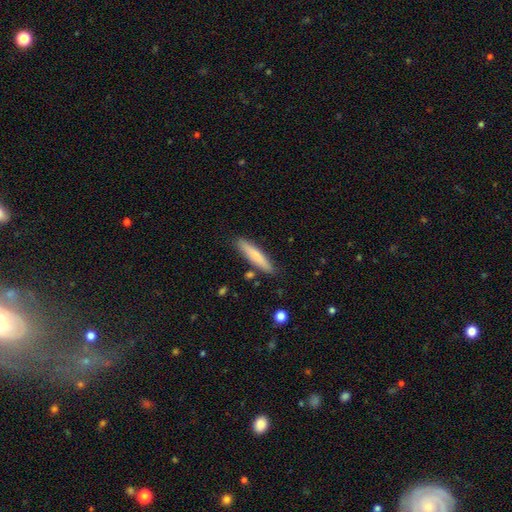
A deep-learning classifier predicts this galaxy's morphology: The model was most divided on "smooth or featured": smooth: 76%, featured or disk: 18%, star or artifact: 6%. More confident: how rounded — cigar-shaped (89%); merging — none (86%).